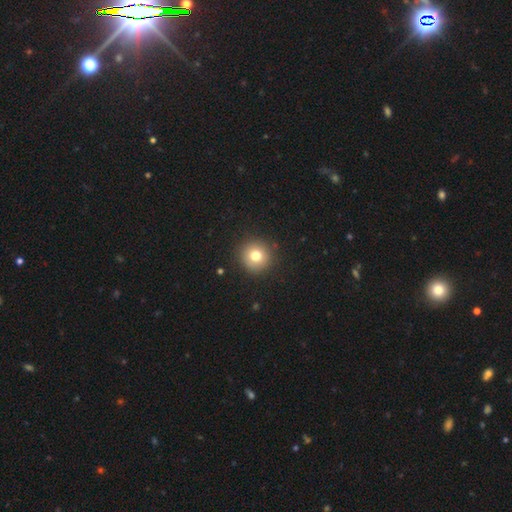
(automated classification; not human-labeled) Smooth or featured: smooth — 77% (star or artifact — 12%)
How rounded: round — 94% (in between — 5%)
Merging: none — 91% (minor disturbance — 6%)